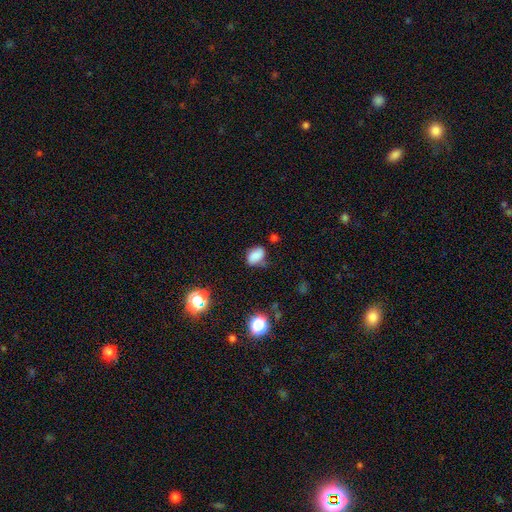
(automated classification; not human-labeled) Q: Smooth or featured?
A: smooth (79%); runner-up: star or artifact (12%)
Q: How rounded?
A: in between (83%); runner-up: round (15%)
Q: Merging?
A: none (62%); runner-up: minor disturbance (27%)